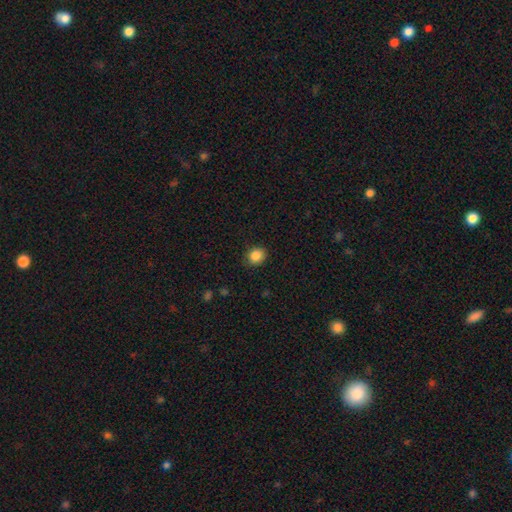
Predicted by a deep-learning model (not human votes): This appears to be a smooth galaxy with no disk features (86%) that is round (67%). Merging: none (86%).